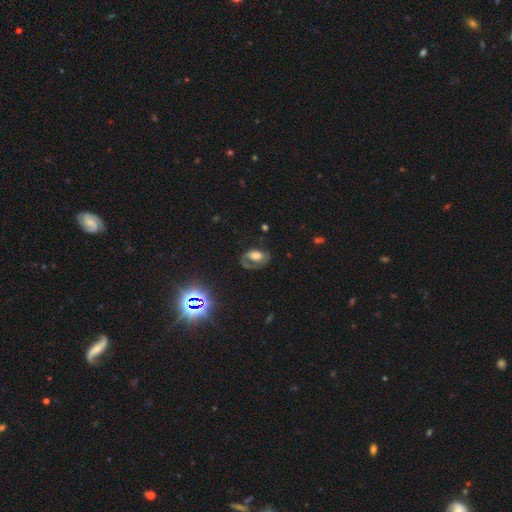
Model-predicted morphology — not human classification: featured or disk 44%, smooth 42%, star or artifact 14%. Down the decision tree: merging — none (50%).